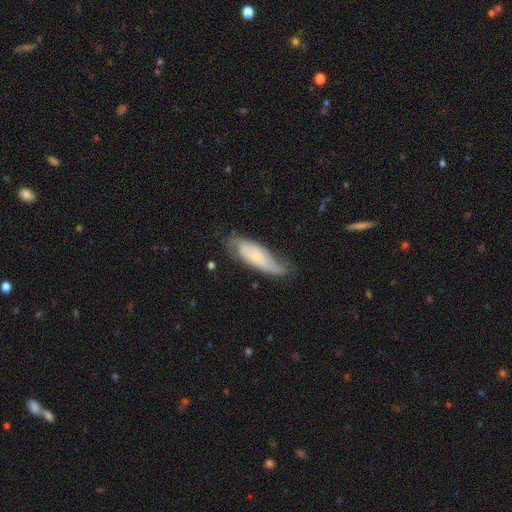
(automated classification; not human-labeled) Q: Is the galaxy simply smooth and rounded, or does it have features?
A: featured or disk — 56%.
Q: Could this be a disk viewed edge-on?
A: no — 84%.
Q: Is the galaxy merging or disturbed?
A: none — 58%.